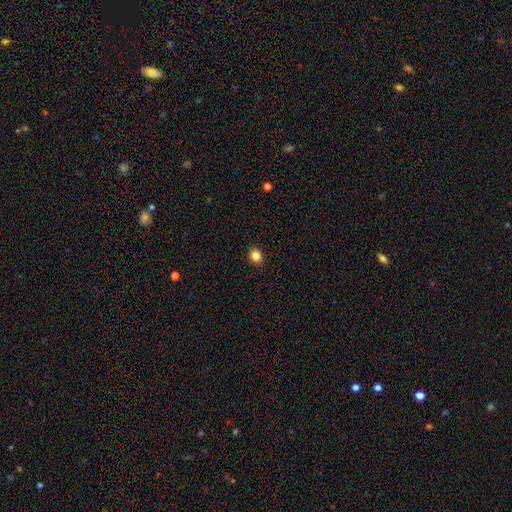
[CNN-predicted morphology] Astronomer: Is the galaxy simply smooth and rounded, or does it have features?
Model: smooth — 85%.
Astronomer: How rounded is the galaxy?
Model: round — 74%.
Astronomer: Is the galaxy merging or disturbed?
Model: none — 92%.